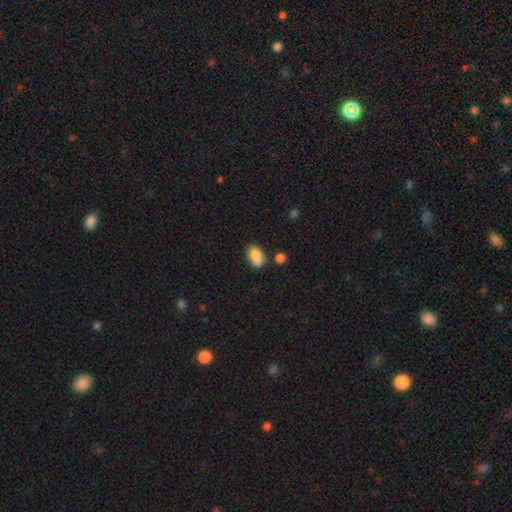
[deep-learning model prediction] This is likely a smooth galaxy (79%). How rounded: likely in between (78%). Merging: marginally none (42%).